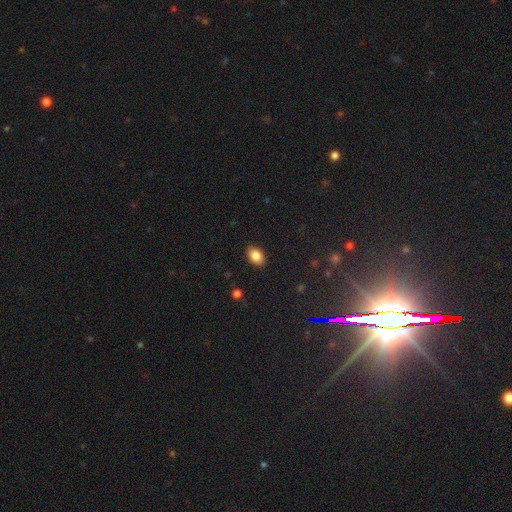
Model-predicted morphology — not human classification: A smooth galaxy with no disk features (86%) that is in between round and cigar-shaped (87%). Merging: none (89%).